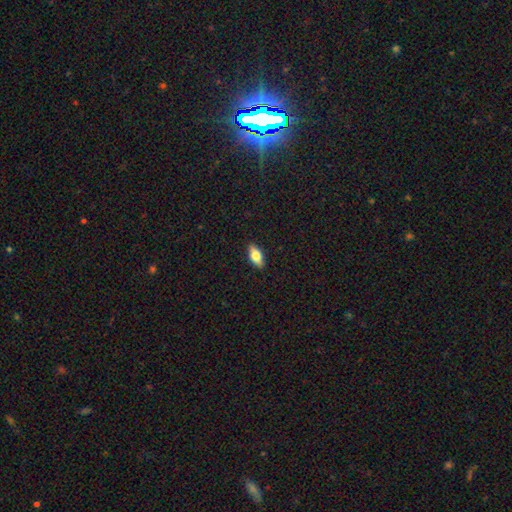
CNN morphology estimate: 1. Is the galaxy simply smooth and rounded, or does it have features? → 63% smooth, 30% featured or disk, 7% star or artifact.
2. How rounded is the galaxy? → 81% in between, 16% cigar-shaped, 4% round.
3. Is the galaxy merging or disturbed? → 89% none, 9% minor disturbance, 2% major disturbance, 1% merger.